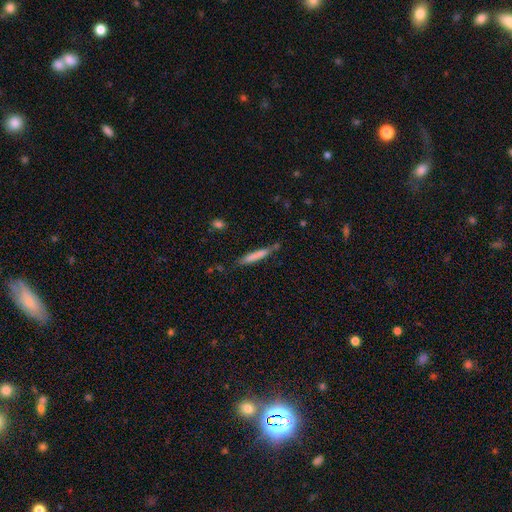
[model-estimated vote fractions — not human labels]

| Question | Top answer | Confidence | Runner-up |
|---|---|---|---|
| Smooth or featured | smooth | 73% | featured or disk (21%) |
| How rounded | cigar-shaped | 94% | in between (4%) |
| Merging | none | 74% | minor disturbance (18%) |